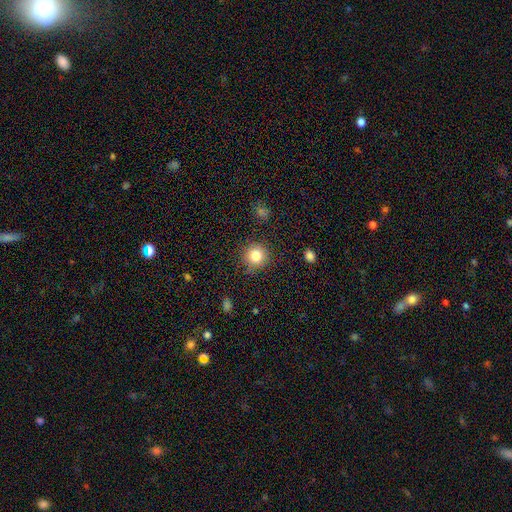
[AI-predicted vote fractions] Overall: smooth (82%). How rounded: round (92%). Merging: none (85%).